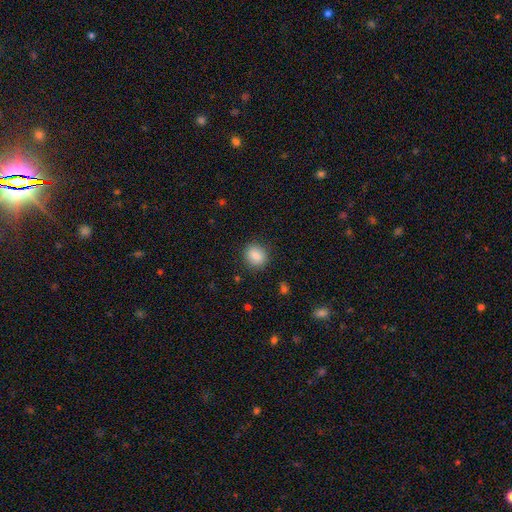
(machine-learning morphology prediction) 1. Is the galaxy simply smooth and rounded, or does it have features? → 87% smooth, 8% star or artifact, 5% featured or disk.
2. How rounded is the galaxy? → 66% round, 33% in between, 1% cigar-shaped.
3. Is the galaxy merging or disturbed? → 87% none, 9% minor disturbance, 3% major disturbance, 1% merger.